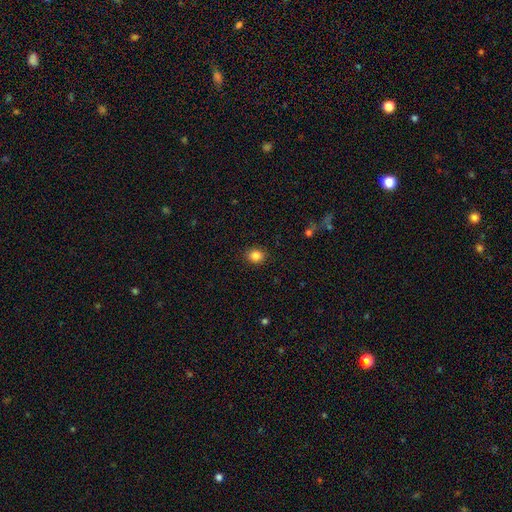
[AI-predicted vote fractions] The model was most divided on "how rounded": round: 71%, in between: 29%, cigar-shaped: 1%. More confident: merging — none (90%); smooth or featured — smooth (85%).